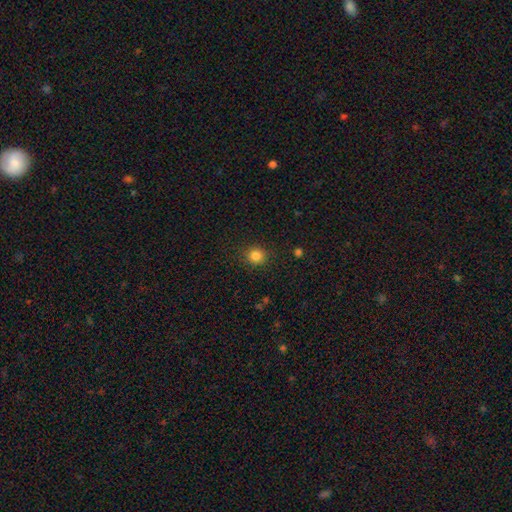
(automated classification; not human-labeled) Q: Smooth or featured?
A: smooth (83%); runner-up: star or artifact (12%)
Q: How rounded?
A: round (90%); runner-up: in between (9%)
Q: Merging?
A: none (90%); runner-up: minor disturbance (7%)